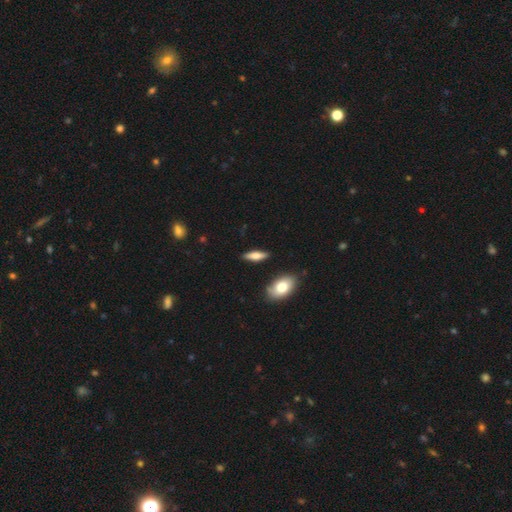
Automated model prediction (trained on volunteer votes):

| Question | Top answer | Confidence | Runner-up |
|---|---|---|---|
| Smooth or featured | smooth | 63% | featured or disk (30%) |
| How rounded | cigar-shaped | 50% | in between (46%) |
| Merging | none | 87% | minor disturbance (9%) |